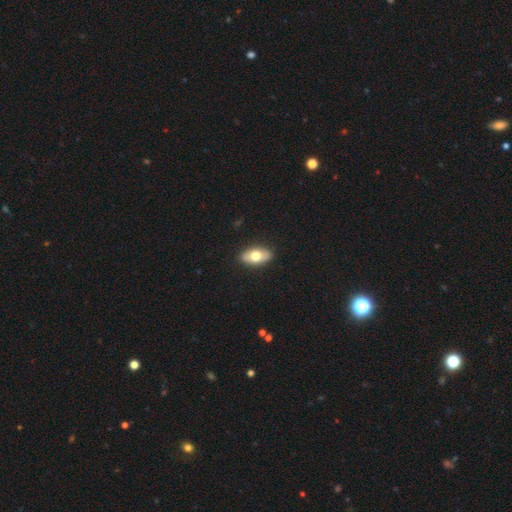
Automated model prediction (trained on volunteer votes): The model was most divided on "smooth or featured": smooth: 65%, featured or disk: 30%, star or artifact: 6%. More confident: how rounded — in between (90%); merging — none (88%).